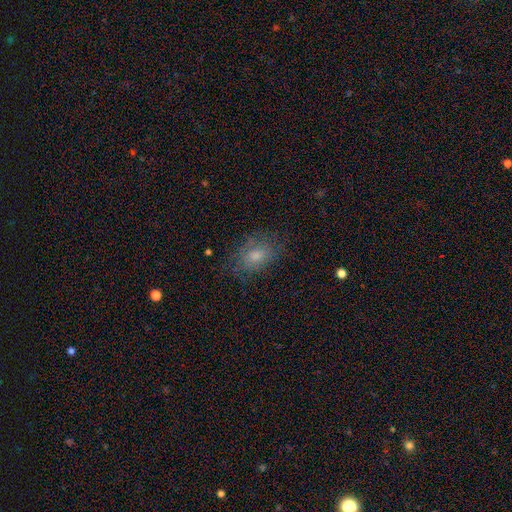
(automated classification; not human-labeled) Q: Smooth or featured?
A: smooth (61%); runner-up: featured or disk (24%)
Q: How rounded?
A: in between (74%); runner-up: round (24%)
Q: Merging?
A: none (71%); runner-up: minor disturbance (19%)